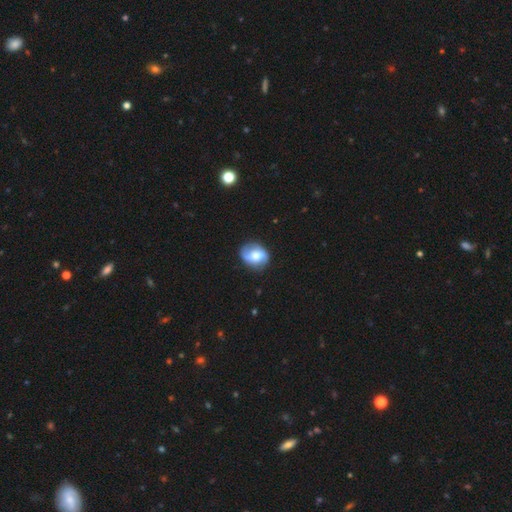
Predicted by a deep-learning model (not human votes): This appears to be a featured or disk galaxy (60%) with no bar (43%), spiral arms (85%) and a moderate central bulge (51%). Merging: none (78%).